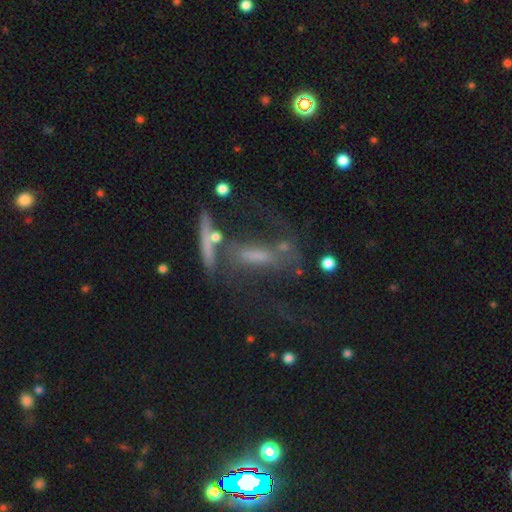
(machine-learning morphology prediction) This appears to be a featured or disk galaxy (57%). Merging: none (39%).